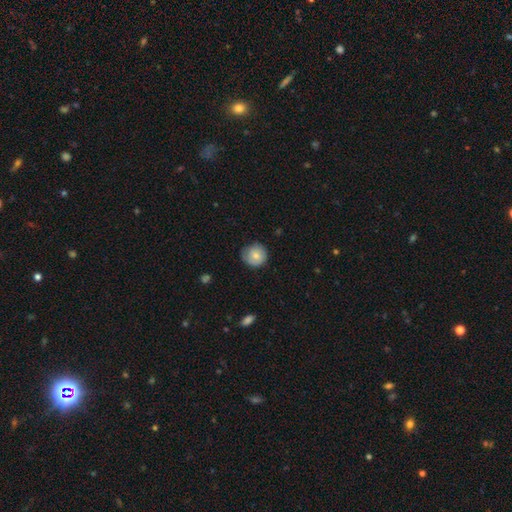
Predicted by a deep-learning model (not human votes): smooth 72%, featured or disk 21%, star or artifact 7%. Down the decision tree: how rounded — round (91%); merging — none (69%).